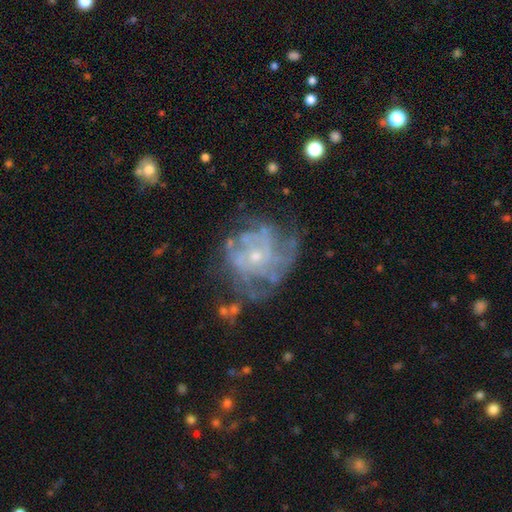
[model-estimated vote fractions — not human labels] A featured or disk galaxy (78%) with no bar (80%), tight (52%) spiral arms (77%) and a small central bulge (76%). Merging: none (57%).